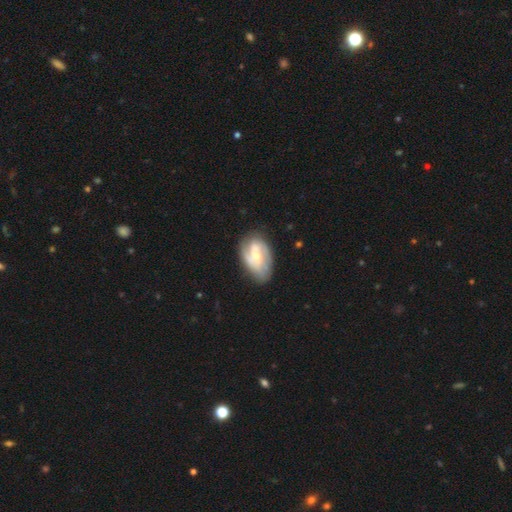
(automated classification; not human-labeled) A featured or disk galaxy (66%) with no bar (44%), 2 (51%) medium (42%) spiral arms (84%) and a moderate central bulge (47%). Merging: none (64%).